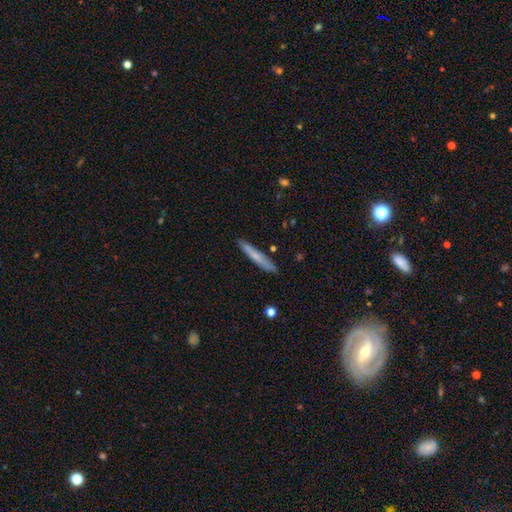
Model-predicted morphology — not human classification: Q: Smooth or featured?
A: smooth (65%); runner-up: featured or disk (29%)
Q: How rounded?
A: cigar-shaped (94%); runner-up: in between (4%)
Q: Merging?
A: none (87%); runner-up: minor disturbance (10%)